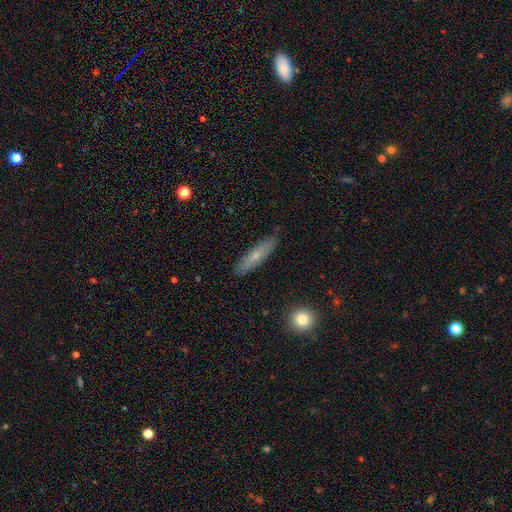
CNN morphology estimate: This appears to be a smooth galaxy with no disk features (61%) that is cigar-shaped (81%). Merging: none (86%).